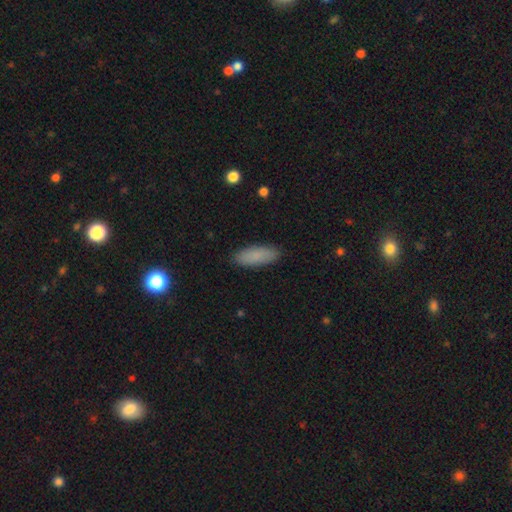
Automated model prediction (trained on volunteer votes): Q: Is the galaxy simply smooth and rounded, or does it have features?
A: smooth — 86%.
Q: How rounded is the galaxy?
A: in between — 67%.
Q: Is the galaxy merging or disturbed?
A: none — 89%.